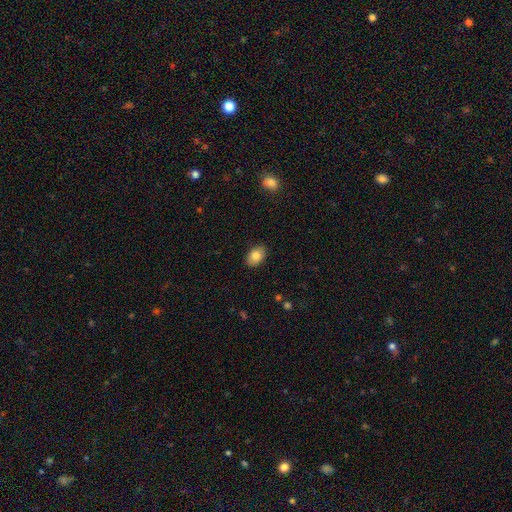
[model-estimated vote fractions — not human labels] The model was most divided on "how rounded": in between: 86%, round: 13%, cigar-shaped: 1%. More confident: merging — none (88%); smooth or featured — smooth (83%).